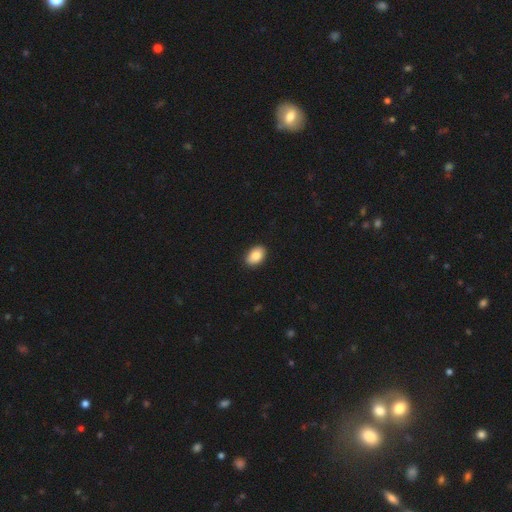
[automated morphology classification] smooth-or-featured: smooth: 88% | star or artifact: 7% | featured or disk: 5%
  how-rounded: in between: 88% | round: 11% | cigar-shaped: 1%
  merging: none: 89% | minor disturbance: 8% | major disturbance: 2% | merger: 1%